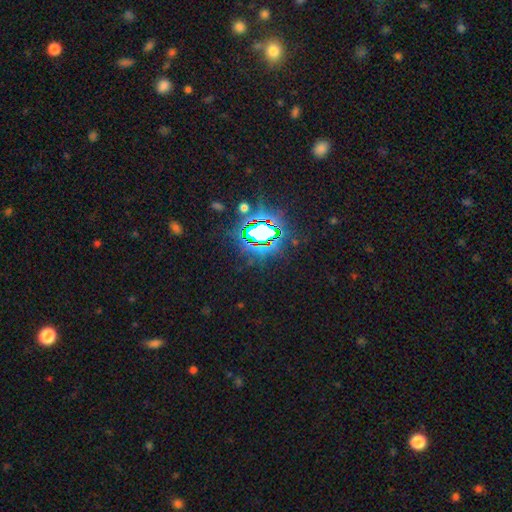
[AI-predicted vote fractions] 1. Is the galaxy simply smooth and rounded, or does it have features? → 82% star or artifact, 10% smooth, 7% featured or disk.